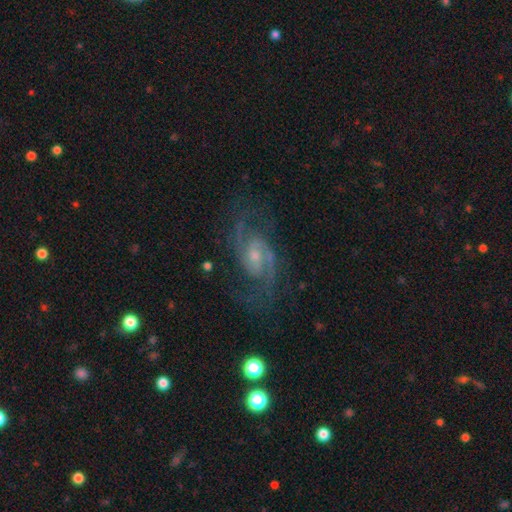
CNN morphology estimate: A featured or disk galaxy (90%) with no bar (46%), 2 (84%) medium (57%) spiral arms (98%) and a small central bulge (52%).

Vote fractions:
- Smooth or featured? featured or disk: 90% / star or artifact: 5% / smooth: 4%
- Edge-on disk? no: 97% / yes: 3%
- Bar? no: 46% / weak: 45% / strong: 9%
- Spiral arms? yes: 98% / no: 2%
- Spiral winding? medium: 57% / tight: 28% / loose: 15%
- Spiral arm count? 2: 84% / 3: 6% / can't tell: 5% / 1: 2% / 4: 2% / more than 4: 2%
- Bulge size? small: 52% / moderate: 40% / none: 5% / large: 2% / dominant: 1%
- Merging? none: 73% / minor disturbance: 16% / major disturbance: 9% / merger: 1%